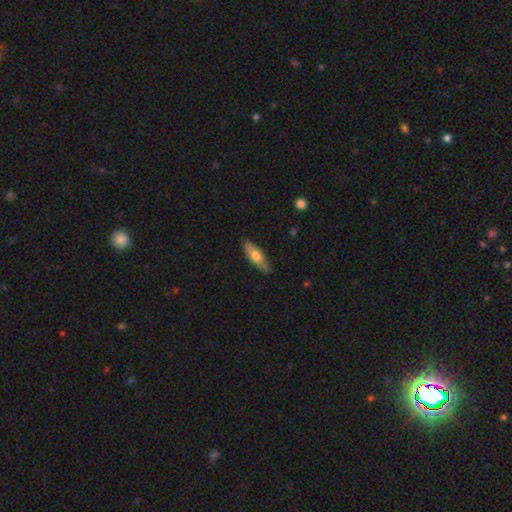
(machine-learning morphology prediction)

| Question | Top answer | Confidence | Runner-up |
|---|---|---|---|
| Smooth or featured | smooth | 56% | featured or disk (39%) |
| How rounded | cigar-shaped | 57% | in between (40%) |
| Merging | none | 88% | minor disturbance (9%) |